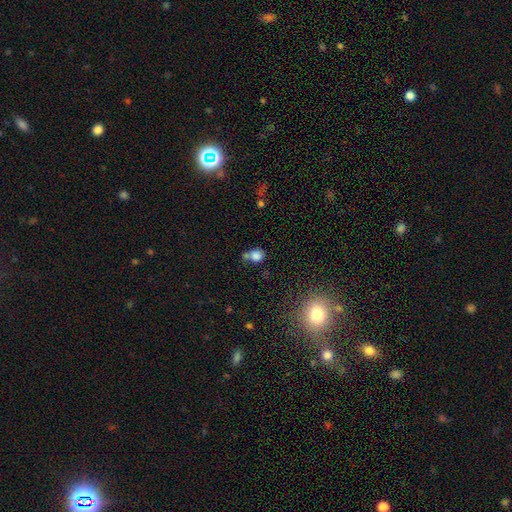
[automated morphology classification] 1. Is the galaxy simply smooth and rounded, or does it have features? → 79% smooth, 13% star or artifact, 8% featured or disk.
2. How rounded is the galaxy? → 65% round, 34% in between, 1% cigar-shaped.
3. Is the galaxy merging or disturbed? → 43% none, 34% merger, 15% minor disturbance, 8% major disturbance.